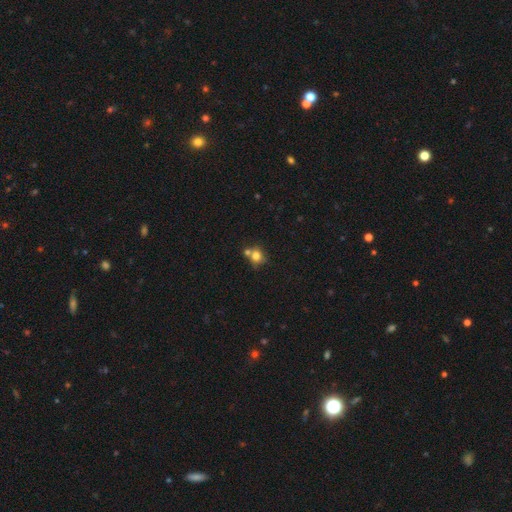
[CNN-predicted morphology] smooth 77%, star or artifact 12%, featured or disk 11%. Down the decision tree: how rounded — round (80%); merging — none (51%).